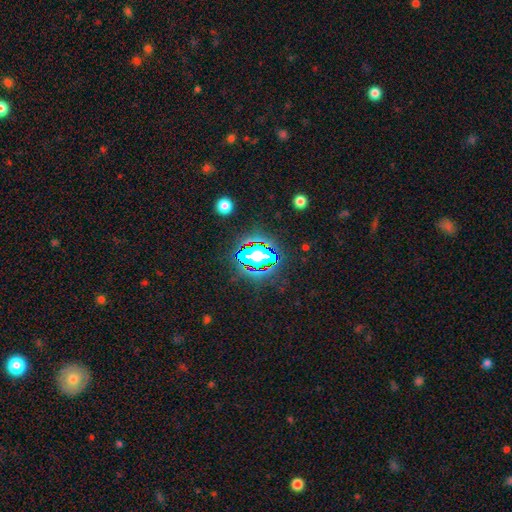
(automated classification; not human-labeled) This appears to be a star or artifact, not a galaxy (76%).